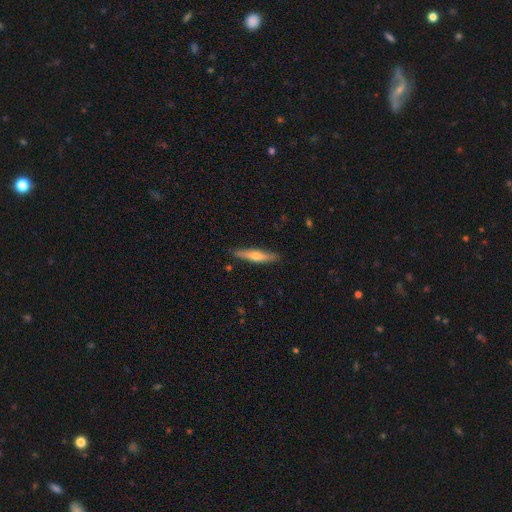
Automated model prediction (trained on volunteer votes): smooth_or_featured: smooth (p=0.55) [alt: featured or disk p=0.40]
how_rounded: cigar-shaped (p=0.87) [alt: in between p=0.12]
merging: none (p=0.87) [alt: minor disturbance p=0.10]